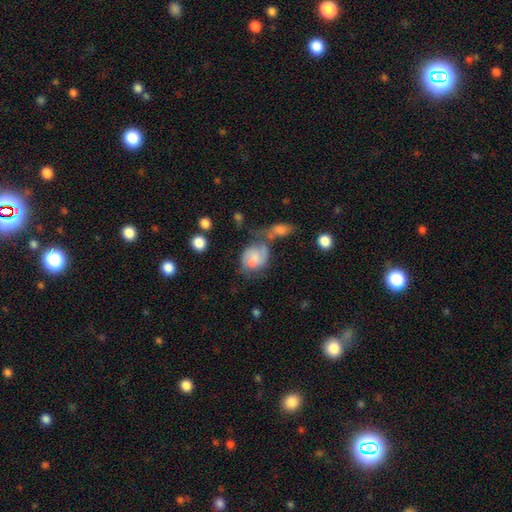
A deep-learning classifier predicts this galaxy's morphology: A smooth galaxy with no disk features (49%).

Vote fractions:
- Smooth or featured? smooth: 49% / featured or disk: 42% / star or artifact: 9%
- Merging? merger: 32% / none: 30% / minor disturbance: 19% / major disturbance: 18%